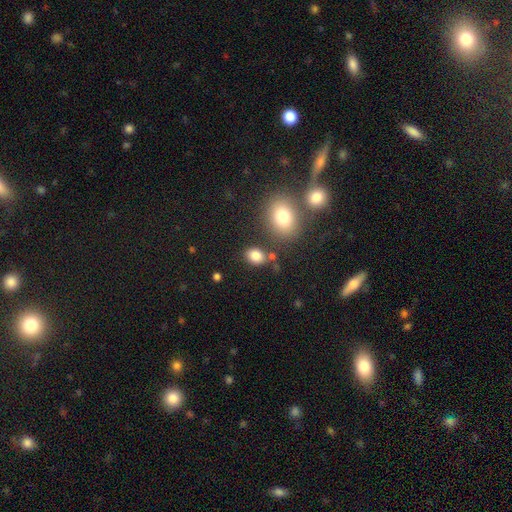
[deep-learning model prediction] Smooth or featured? Predicted: smooth (p=0.83). How rounded? Predicted: in between (p=0.63). Merging? Predicted: none (p=0.74).